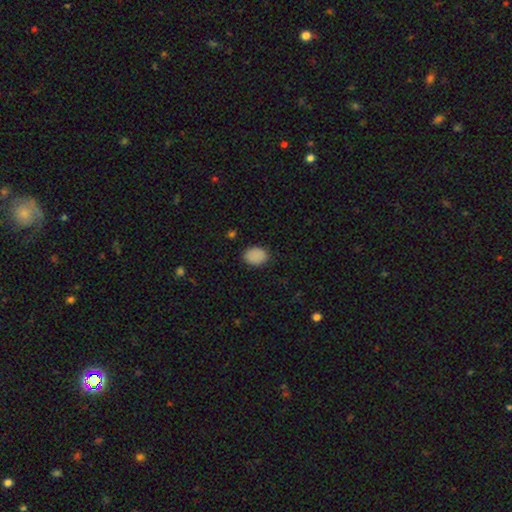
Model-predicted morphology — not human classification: type=smooth (88%); roundness=in between (72%); merging=none (87%).